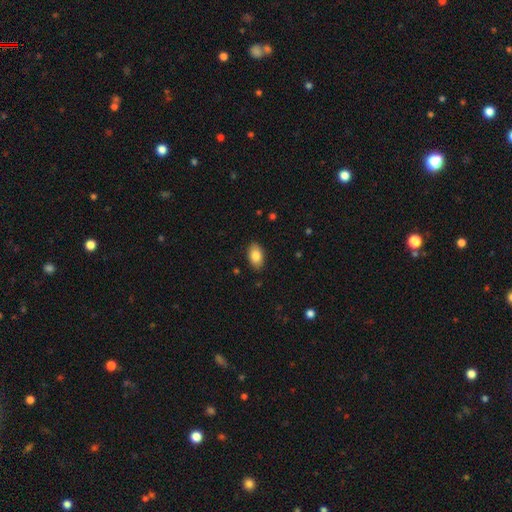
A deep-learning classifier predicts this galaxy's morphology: This appears to be a smooth galaxy with no disk features (84%) that is in between round and cigar-shaped (92%). Merging: none (88%).